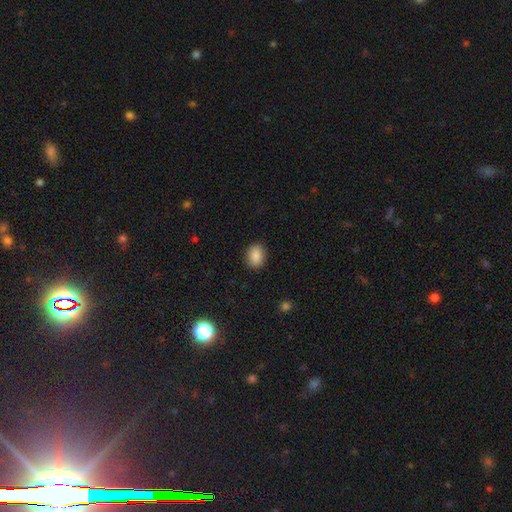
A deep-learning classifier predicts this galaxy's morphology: Overall: smooth (88%). How rounded: in between (65%; round 34%). Merging: none (88%).